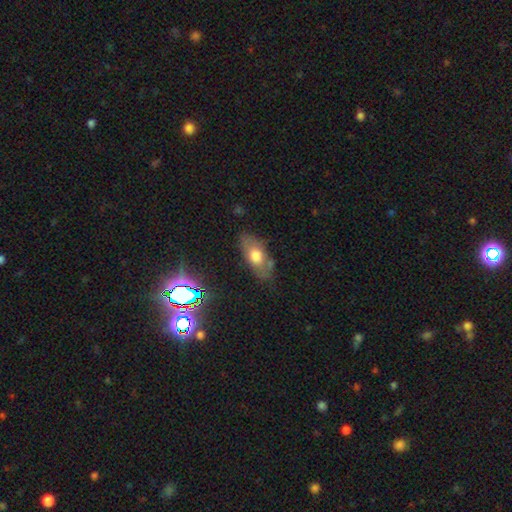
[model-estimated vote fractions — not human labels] Smooth or featured? Predicted: smooth (p=0.62). How rounded? Predicted: in between (p=0.86). Merging? Predicted: none (p=0.70).